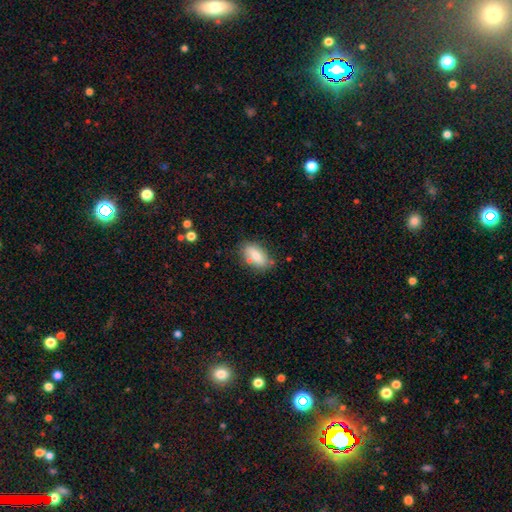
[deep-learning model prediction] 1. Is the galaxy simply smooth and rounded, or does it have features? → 74% smooth, 19% featured or disk, 7% star or artifact.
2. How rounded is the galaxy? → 85% in between, 11% cigar-shaped, 4% round.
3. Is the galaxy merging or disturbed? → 73% none, 17% minor disturbance, 6% merger, 4% major disturbance.